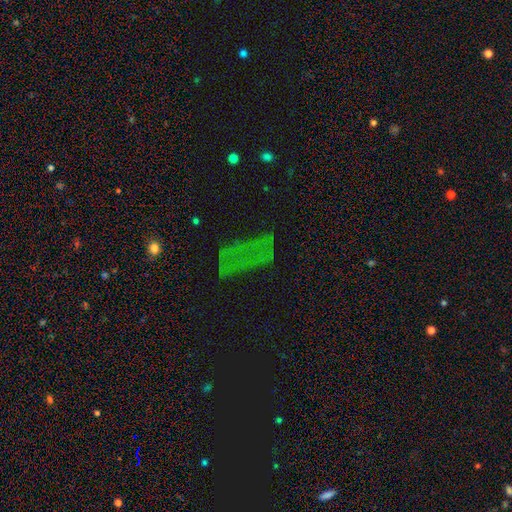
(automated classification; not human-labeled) smooth-or-featured: star or artifact: 42% | smooth: 32% | featured or disk: 26%